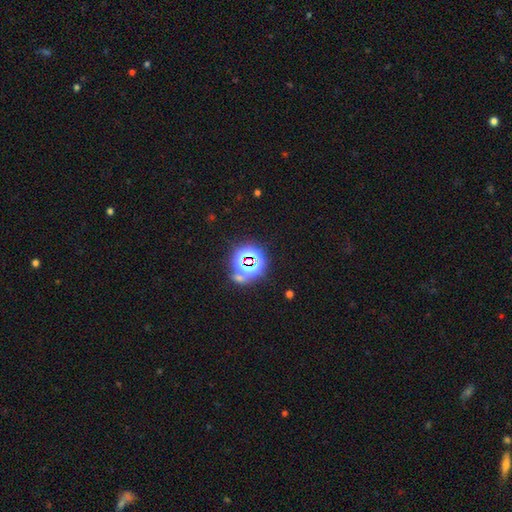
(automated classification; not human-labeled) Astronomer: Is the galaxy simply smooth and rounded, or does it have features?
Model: star or artifact — 72%.